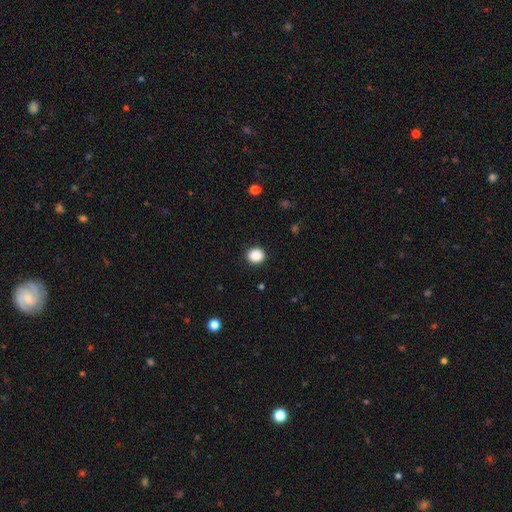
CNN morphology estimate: Smooth or featured? smooth (88%)
How rounded? round (79%)
Merging? none (91%)